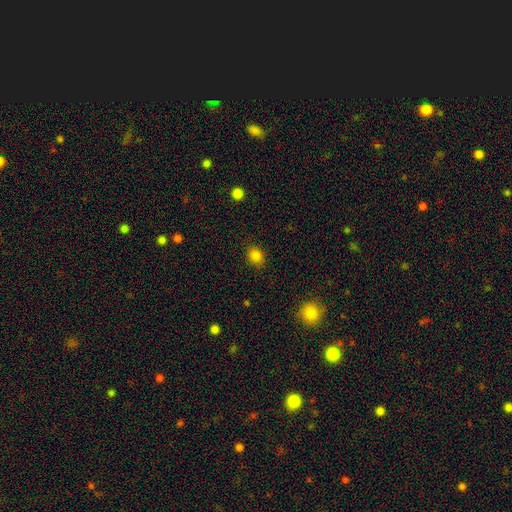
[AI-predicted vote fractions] smooth-or-featured: smooth: 84% | star or artifact: 12% | featured or disk: 4%
  how-rounded: round: 57% | in between: 42% | cigar-shaped: 1%
  merging: none: 87% | minor disturbance: 9% | major disturbance: 3% | merger: 1%